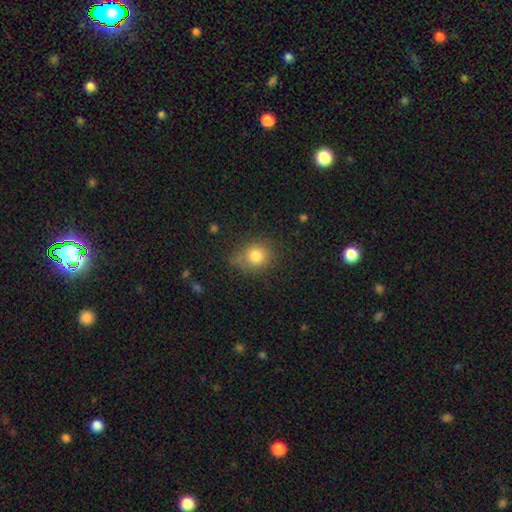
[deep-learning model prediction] smooth-or-featured: smooth: 81% | star or artifact: 11% | featured or disk: 8%
  how-rounded: round: 72% | in between: 27% | cigar-shaped: 1%
  merging: none: 71% | minor disturbance: 20% | major disturbance: 6% | merger: 2%